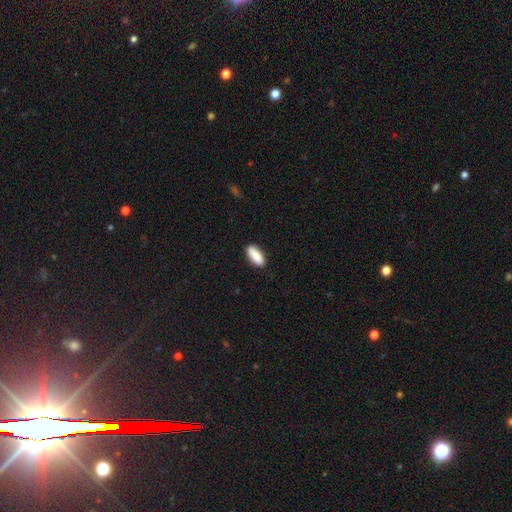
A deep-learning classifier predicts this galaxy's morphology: smooth 87%, featured or disk 6%, star or artifact 6%. Down the decision tree: how rounded — in between (76%); merging — none (86%).